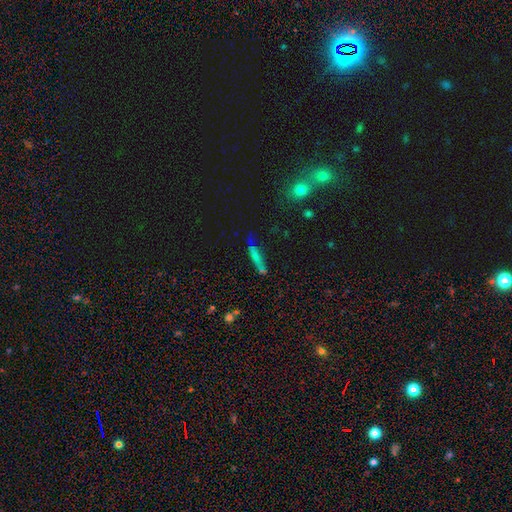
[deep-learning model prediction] Q: Smooth or featured?
A: smooth (57%); runner-up: featured or disk (28%)
Q: How rounded?
A: cigar-shaped (87%); runner-up: in between (10%)
Q: Merging?
A: none (69%); runner-up: minor disturbance (20%)